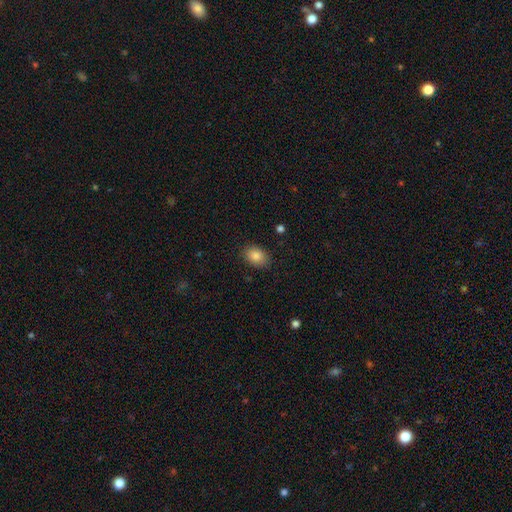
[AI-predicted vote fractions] A smooth galaxy with no disk features (86%) that is in between round and cigar-shaped (77%).

Vote fractions:
- Smooth or featured? smooth: 86% / star or artifact: 8% / featured or disk: 6%
- How rounded? in between: 77% / round: 22% / cigar-shaped: 1%
- Merging? none: 86% / minor disturbance: 10% / major disturbance: 3% / merger: 1%